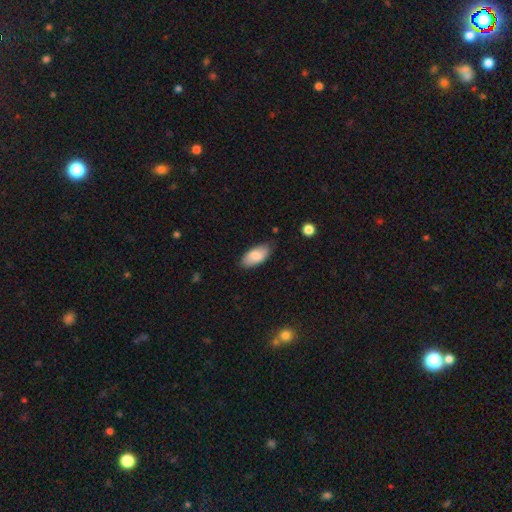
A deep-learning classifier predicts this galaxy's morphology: This is clearly a smooth galaxy (83%). How rounded: clearly in between (93%). Merging: likely none (79%).